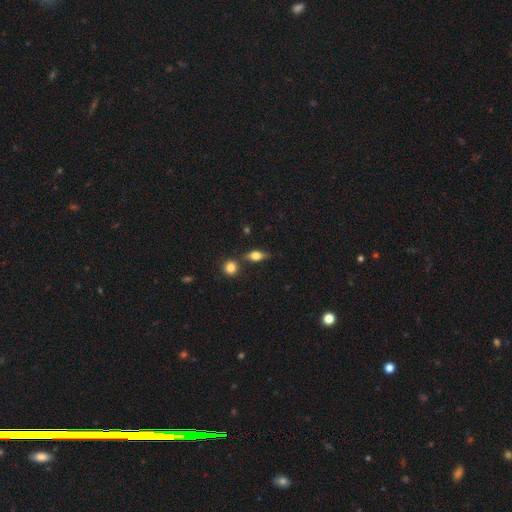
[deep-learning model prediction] A smooth galaxy with no disk features (57%) that is in between round and cigar-shaped (66%).

Vote fractions:
- Smooth or featured? smooth: 57% / featured or disk: 33% / star or artifact: 9%
- How rounded? in between: 66% / cigar-shaped: 22% / round: 12%
- Merging? none: 73% / minor disturbance: 14% / merger: 9% / major disturbance: 4%